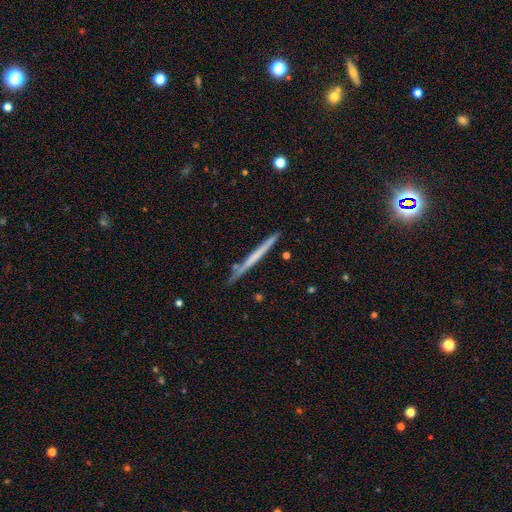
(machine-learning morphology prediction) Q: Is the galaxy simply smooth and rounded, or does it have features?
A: featured or disk — 49%.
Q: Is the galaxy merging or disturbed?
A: none — 87%.